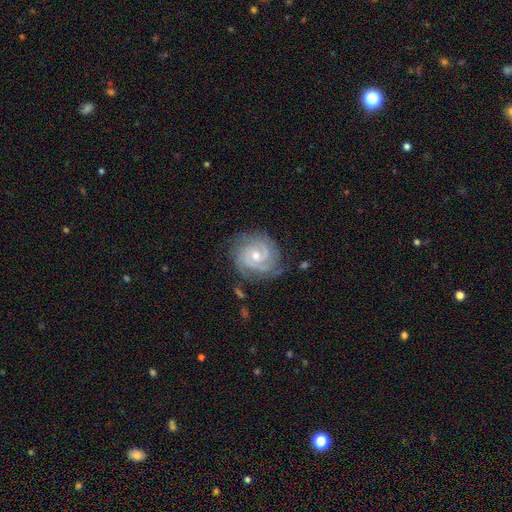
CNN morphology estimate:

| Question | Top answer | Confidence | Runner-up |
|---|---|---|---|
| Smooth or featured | featured or disk | 87% | smooth (7%) |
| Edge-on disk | no | 98% | yes (2%) |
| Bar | no | 62% | weak (30%) |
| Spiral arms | yes | 97% | no (3%) |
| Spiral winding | tight | 74% | medium (22%) |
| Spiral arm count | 2 | 31% | 3 (29%) |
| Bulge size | moderate | 51% | small (46%) |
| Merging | none | 76% | minor disturbance (17%) |